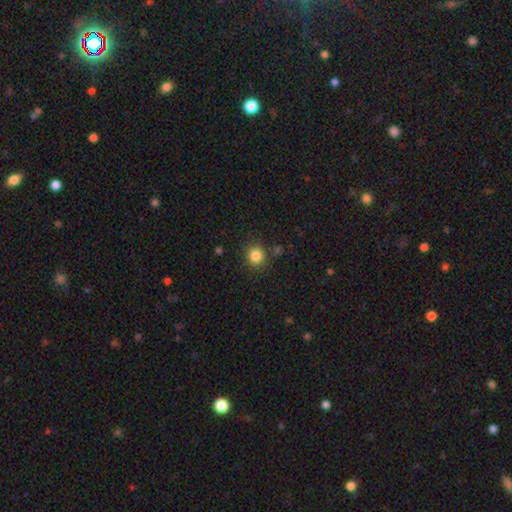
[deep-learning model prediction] smooth 84%, star or artifact 12%, featured or disk 4%. Down the decision tree: how rounded — round (88%); merging — none (86%).